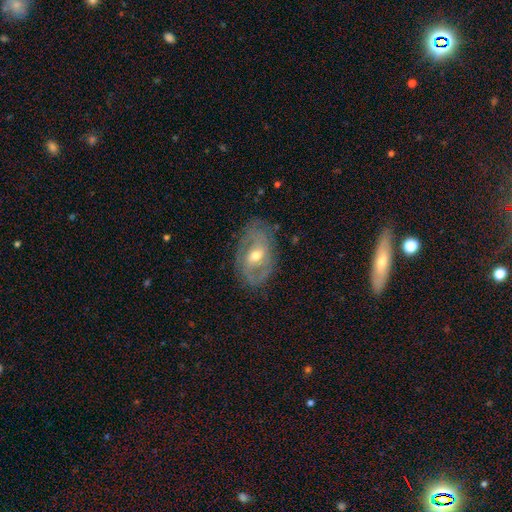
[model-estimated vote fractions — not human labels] A featured or disk galaxy (73%) with a weak bar (48%), 2 (67%) medium (43%) spiral arms (77%) and a moderate central bulge (67%).

Vote fractions:
- Smooth or featured? featured or disk: 73% / smooth: 21% / star or artifact: 6%
- Edge-on disk? no: 93% / yes: 7%
- Bar? weak: 48% / no: 34% / strong: 17%
- Spiral arms? yes: 77% / no: 23%
- Spiral winding? medium: 43% / tight: 37% / loose: 20%
- Spiral arm count? 2: 67% / can't tell: 21% / 3: 4% / 1: 4% / 4: 2% / more than 4: 2%
- Bulge size? moderate: 67% / small: 28% / large: 4% / none: 1% / dominant: 1%
- Merging? none: 75% / minor disturbance: 18% / major disturbance: 6% / merger: 1%